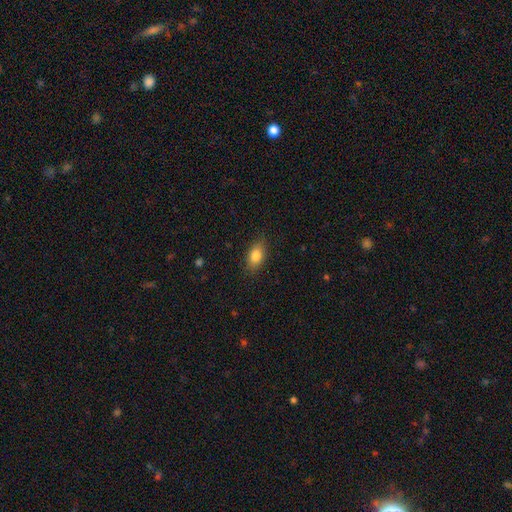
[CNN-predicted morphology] A smooth galaxy with no disk features (84%) that is in between round and cigar-shaped (87%). Merging: none (84%).